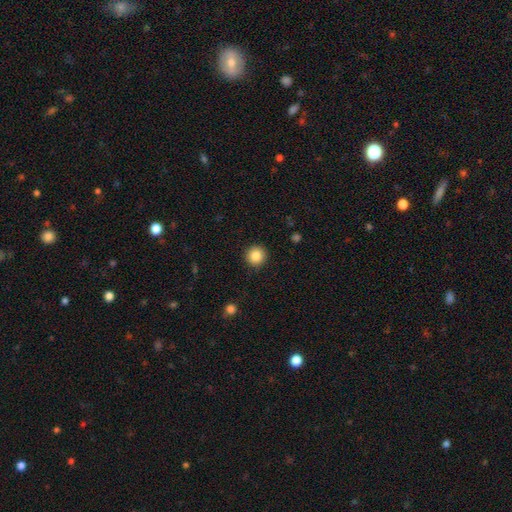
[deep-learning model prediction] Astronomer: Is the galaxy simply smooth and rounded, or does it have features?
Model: smooth — 86%.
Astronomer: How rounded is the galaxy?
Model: round — 95%.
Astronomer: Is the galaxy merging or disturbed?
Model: none — 92%.